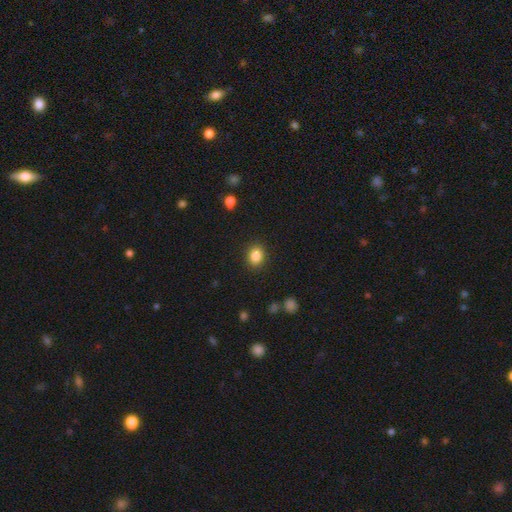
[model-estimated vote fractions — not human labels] Smooth or featured? smooth (86%)
How rounded? in between (53%)
Merging? none (89%)